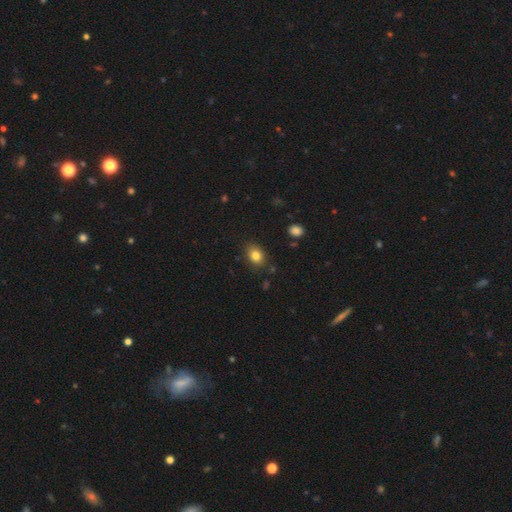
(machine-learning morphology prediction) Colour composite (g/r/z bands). It shows a smooth galaxy with no disk features (82%) that is in between round and cigar-shaped (67%). Merging: none (84%).